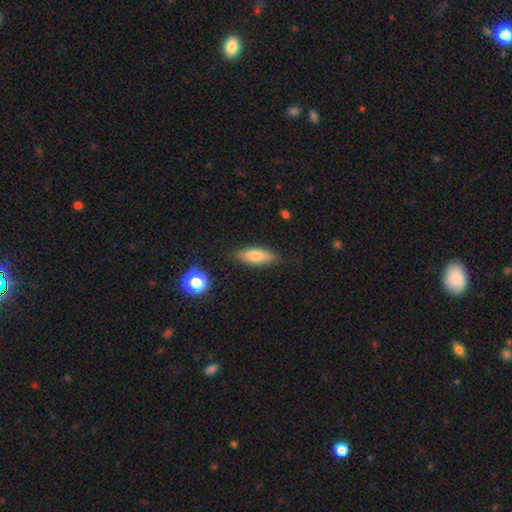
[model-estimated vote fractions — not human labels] smooth 74%, featured or disk 18%, star or artifact 8%. Down the decision tree: how rounded — in between (63%); merging — none (84%).